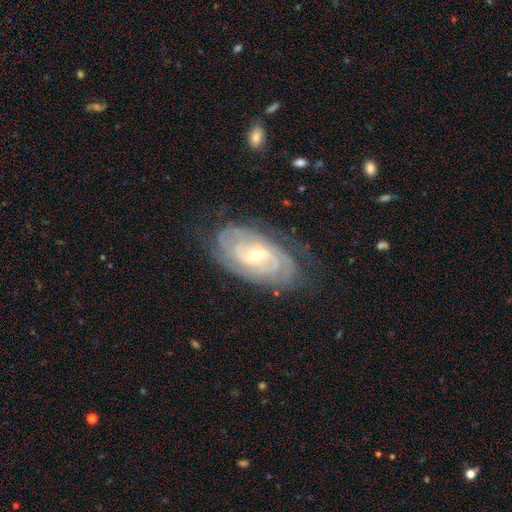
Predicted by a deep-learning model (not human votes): Morphology: type=featured or disk (86%); edge-on=no (95%); bar=weak (46%); spiral arms=yes (96%); winding=tight (72%); arm count=can't tell (33%); bulge=small (63%); merging=none (74%).